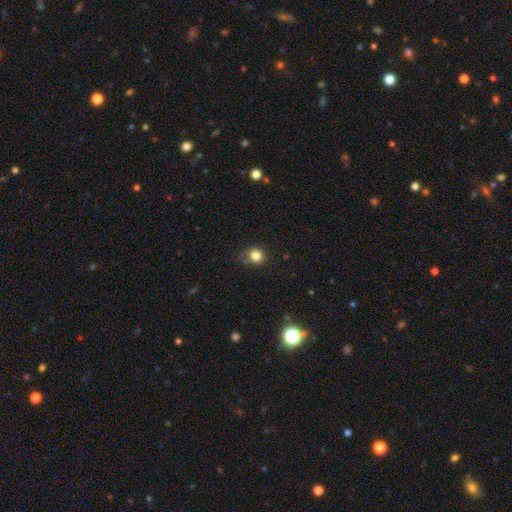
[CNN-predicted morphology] type=smooth (83%); roundness=round (82%); merging=none (69%).